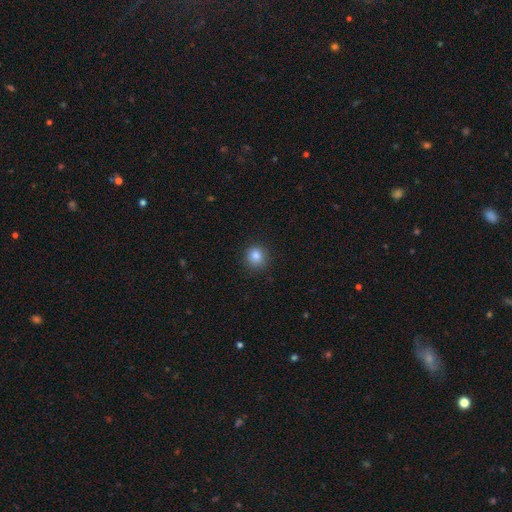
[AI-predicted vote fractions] Smooth or featured?
  - smooth: 84% *
  - star or artifact: 11%
  - featured or disk: 5%
How rounded?
  - round: 89% *
  - in between: 10%
  - cigar-shaped: 1%
Merging?
  - none: 90% *
  - minor disturbance: 7%
  - major disturbance: 2%
  - merger: 1%